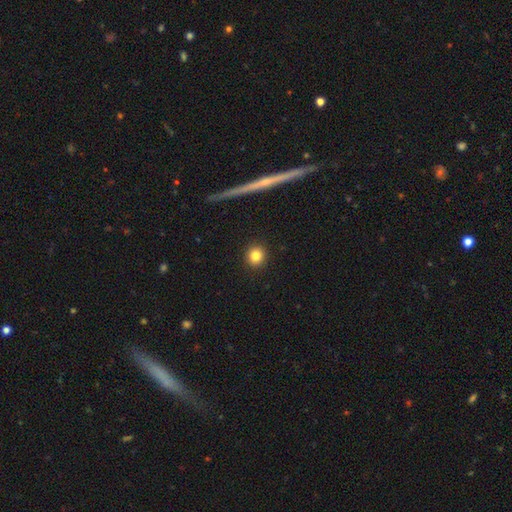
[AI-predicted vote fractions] Q: Smooth or featured?
A: smooth (82%); runner-up: star or artifact (11%)
Q: How rounded?
A: round (91%); runner-up: in between (8%)
Q: Merging?
A: none (93%); runner-up: minor disturbance (5%)